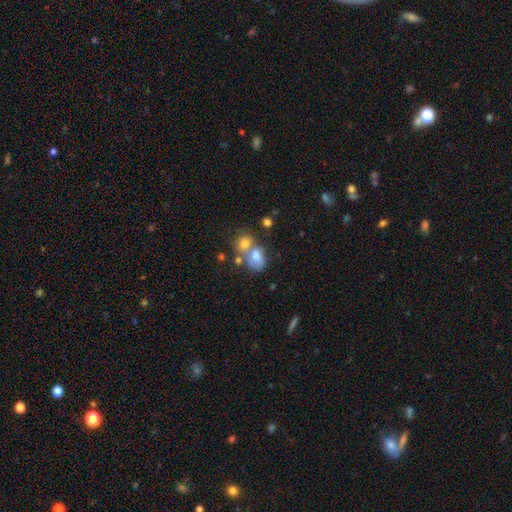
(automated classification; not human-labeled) Smooth or featured? Predicted: smooth (p=0.67). How rounded? Predicted: in between (p=0.70). Merging? Predicted: merger (p=0.57).